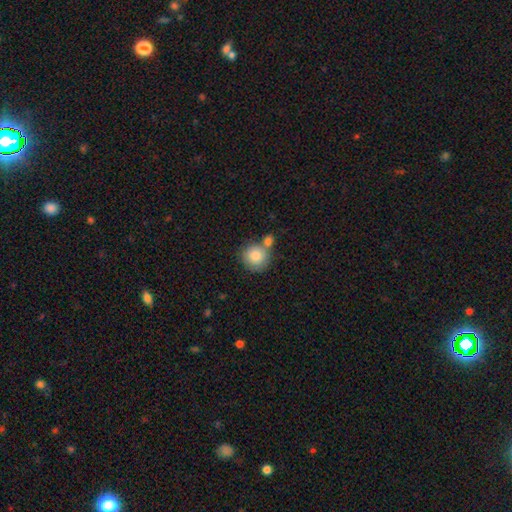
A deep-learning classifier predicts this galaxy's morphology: Overall: smooth (84%). How rounded: round (90%). Merging: none (54%; merger 31%).